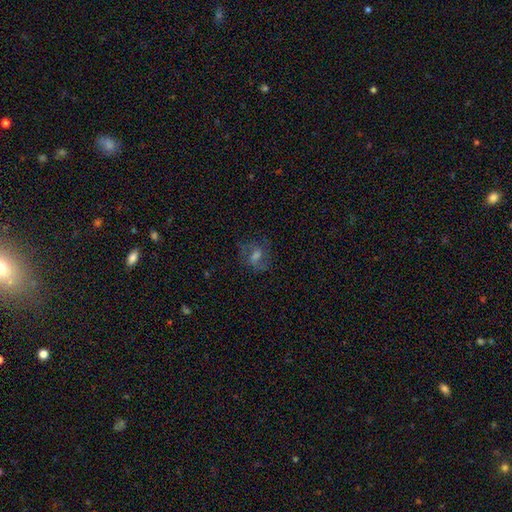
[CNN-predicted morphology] smooth_or_featured: featured or disk (p=0.49) [alt: smooth p=0.31]
merging: none (p=0.70) [alt: minor disturbance p=0.16]